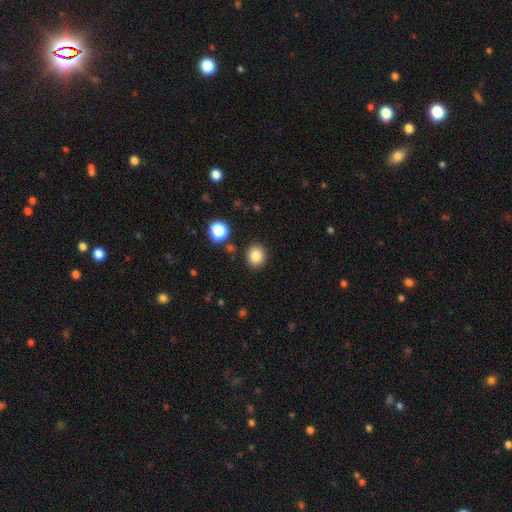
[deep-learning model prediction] Smooth or featured? Predicted: smooth (p=0.84). How rounded? Predicted: round (p=0.74). Merging? Predicted: none (p=0.88).